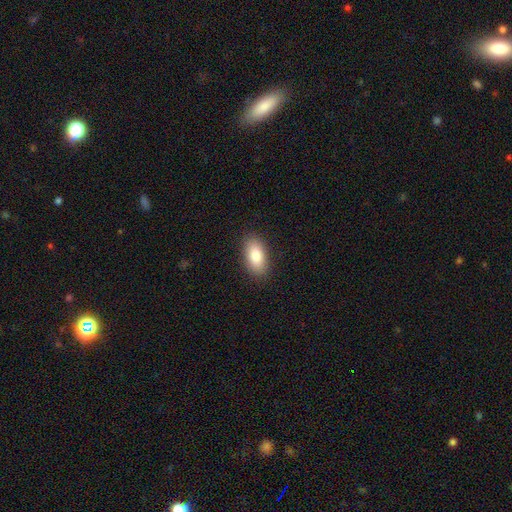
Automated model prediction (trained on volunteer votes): Smooth or featured: smooth — 84% (featured or disk — 9%)
How rounded: in between — 91% (cigar-shaped — 5%)
Merging: none — 88% (minor disturbance — 9%)